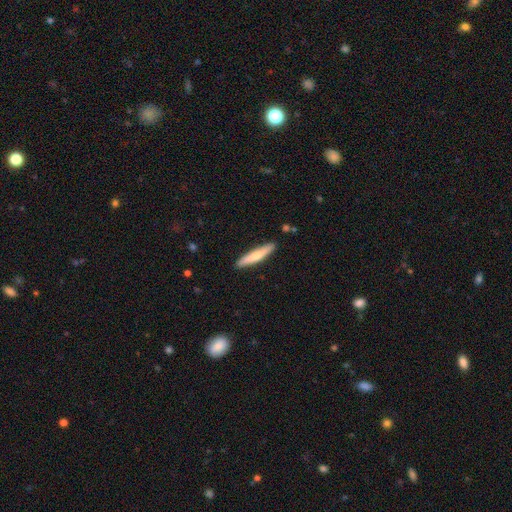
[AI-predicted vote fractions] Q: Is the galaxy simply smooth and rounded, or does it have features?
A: smooth — 67%.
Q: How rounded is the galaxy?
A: cigar-shaped — 90%.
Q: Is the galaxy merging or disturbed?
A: none — 89%.